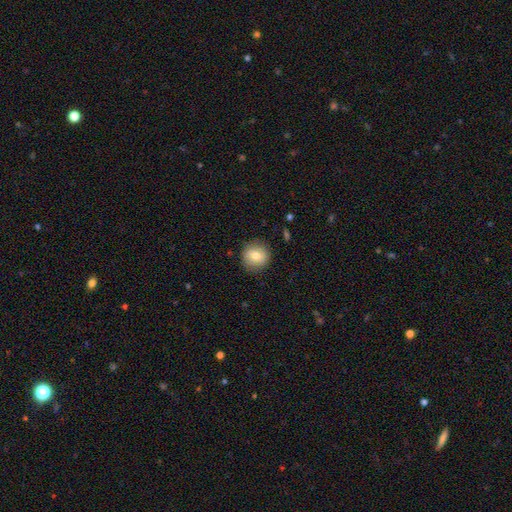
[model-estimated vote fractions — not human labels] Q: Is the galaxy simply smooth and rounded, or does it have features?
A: smooth — 75%.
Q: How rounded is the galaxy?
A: round — 91%.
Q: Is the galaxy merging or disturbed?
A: none — 86%.